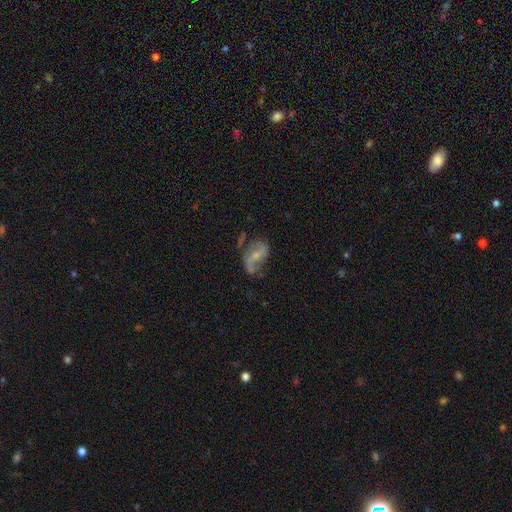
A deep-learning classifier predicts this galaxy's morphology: featured or disk 73%, smooth 19%, star or artifact 8%. Down the decision tree: edge-on disk — no (97%); bar — weak (42%); spiral arms — yes (86%); spiral arm count — 2 (80%); spiral winding — loose (58%); bulge size — small (53%); merging — none (47%).